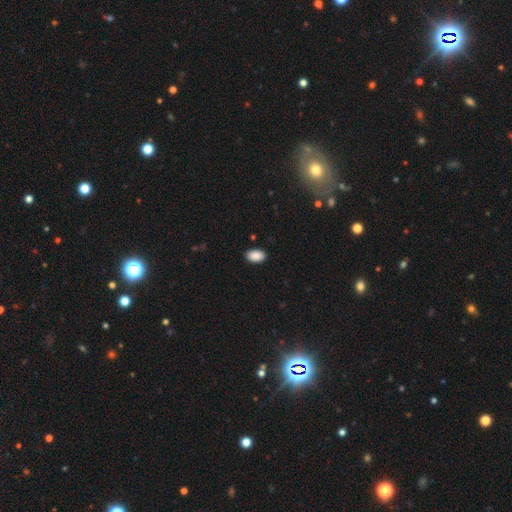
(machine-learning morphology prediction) Smooth or featured?
  - smooth: 90% *
  - star or artifact: 7%
  - featured or disk: 3%
How rounded?
  - in between: 89% *
  - round: 9%
  - cigar-shaped: 1%
Merging?
  - none: 89% *
  - minor disturbance: 9%
  - major disturbance: 2%
  - merger: 1%